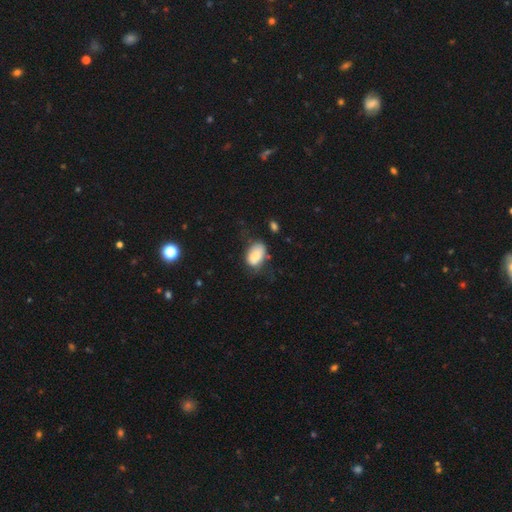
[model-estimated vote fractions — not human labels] smooth 82%, featured or disk 11%, star or artifact 7%. Down the decision tree: how rounded — in between (90%); merging — none (49%).